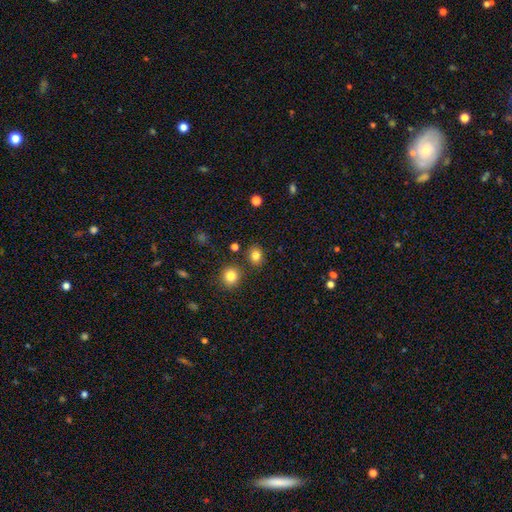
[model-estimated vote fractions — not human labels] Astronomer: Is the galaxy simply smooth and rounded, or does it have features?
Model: smooth — 82%.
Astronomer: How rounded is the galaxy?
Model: round — 69%.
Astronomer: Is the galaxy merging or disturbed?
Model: none — 83%.